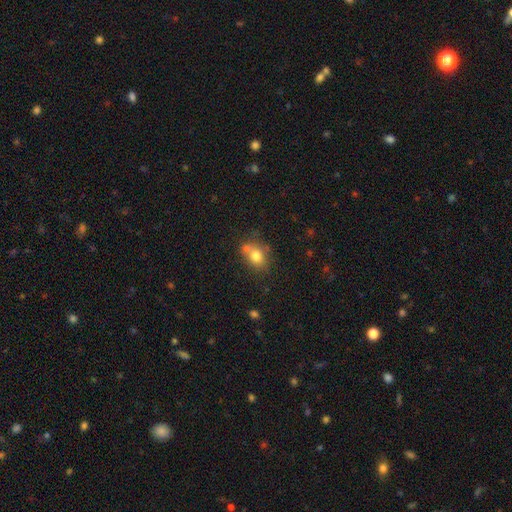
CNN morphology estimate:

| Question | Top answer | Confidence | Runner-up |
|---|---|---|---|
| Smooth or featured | smooth | 76% | featured or disk (14%) |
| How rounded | in between | 53% | round (45%) |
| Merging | none | 50% | merger (28%) |